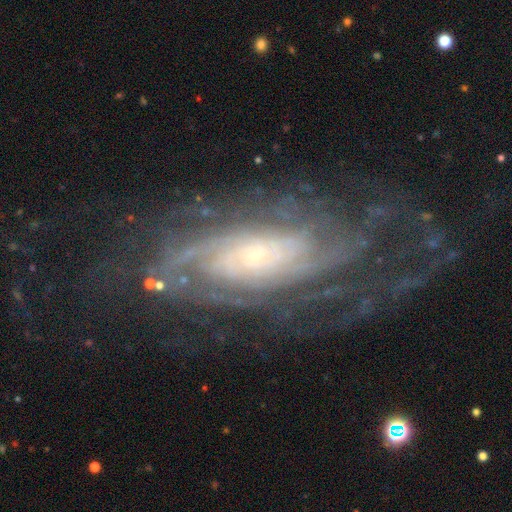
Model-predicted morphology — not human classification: Smooth or featured: featured or disk — 88% (star or artifact — 6%)
Edge-on disk: no — 91% (yes — 9%)
Bar: no — 67% (weak — 23%)
Spiral arms: yes — 97% (no — 3%)
Spiral winding: tight — 68% (medium — 25%)
Spiral arm count: can't tell — 36% (4 — 15%)
Bulge size: small — 57% (moderate — 30%)
Merging: none — 69% (minor disturbance — 16%)